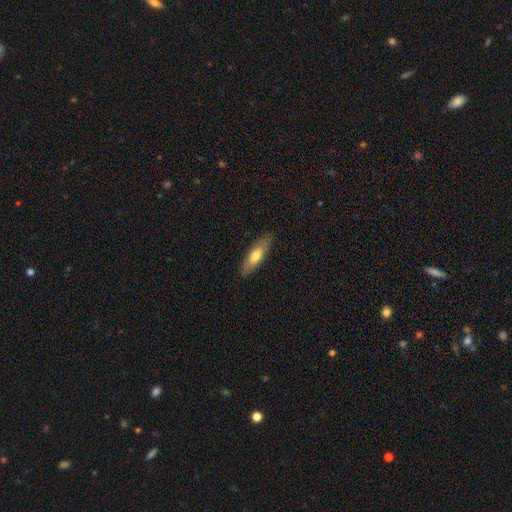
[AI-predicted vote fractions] A smooth galaxy with no disk features (64%) that is cigar-shaped (52%). Merging: none (85%).